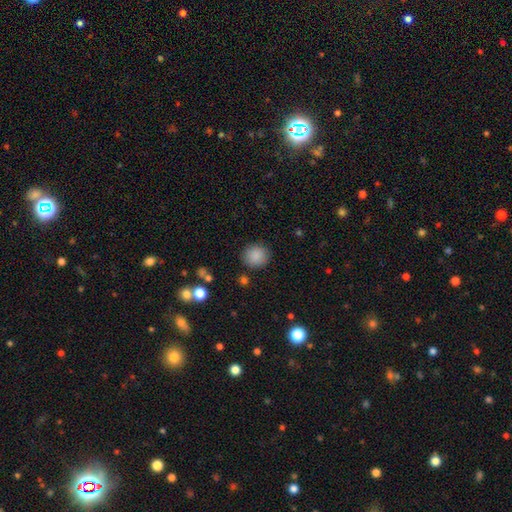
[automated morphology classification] A smooth galaxy with no disk features (87%) that is round (86%).

Vote fractions:
- Smooth or featured? smooth: 87% / star or artifact: 9% / featured or disk: 4%
- How rounded? round: 86% / in between: 13% / cigar-shaped: 1%
- Merging? none: 87% / minor disturbance: 8% / major disturbance: 3% / merger: 2%